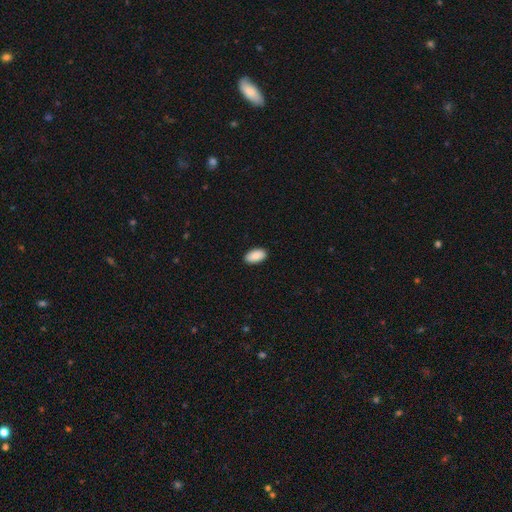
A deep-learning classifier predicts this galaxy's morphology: smooth_or_featured: smooth (p=0.90) [alt: star or artifact p=0.06]
how_rounded: in between (p=0.96) [alt: round p=0.03]
merging: none (p=0.90) [alt: minor disturbance p=0.07]